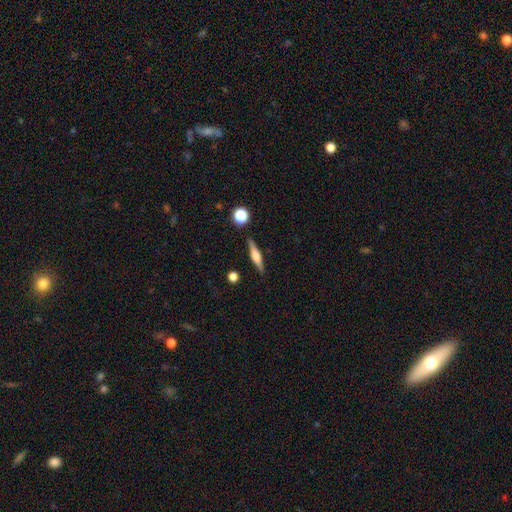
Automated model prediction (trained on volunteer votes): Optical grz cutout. It shows a featured or disk galaxy (63%) viewed edge-on (97%) with a rounded central bulge (77%). Merging: none (88%).